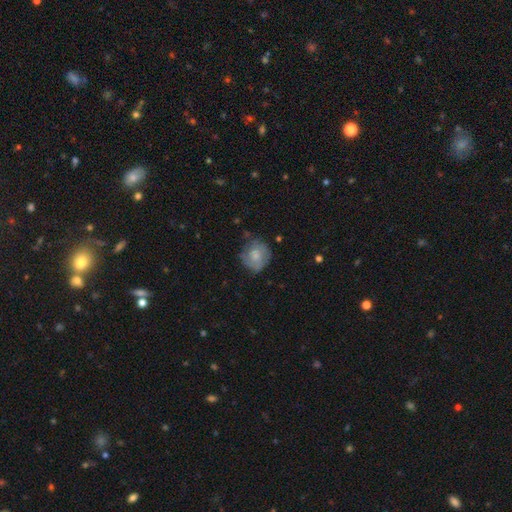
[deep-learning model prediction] Smooth or featured? smooth (60%)
How rounded? round (78%)
Merging? none (62%)